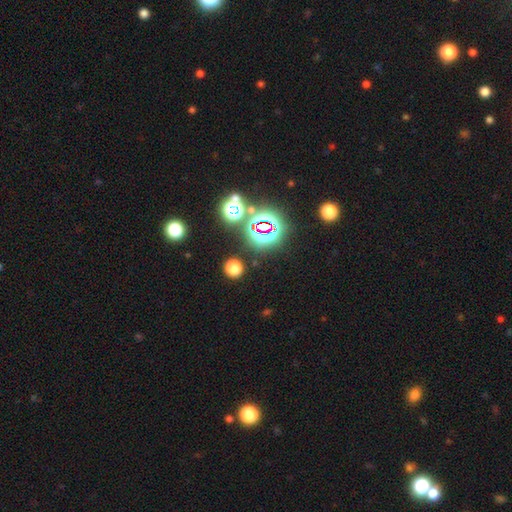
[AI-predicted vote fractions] star or artifact 79%, smooth 13%, featured or disk 8%.